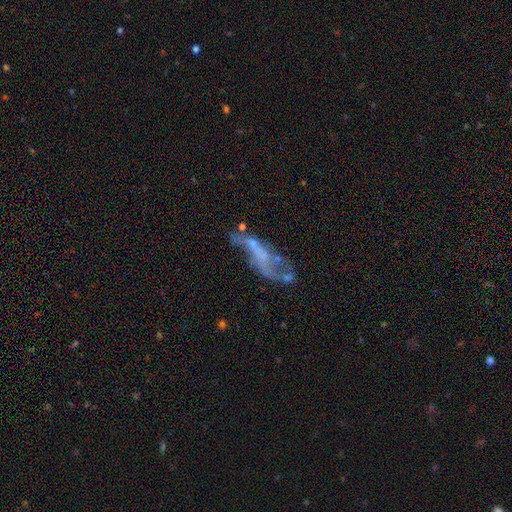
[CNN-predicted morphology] This is likely a featured or disk galaxy (62%). It is clearly not viewed edge-on (86%). Bar: likely no (72%). Spiral arm pattern: likely no (61%). Central bulge: likely none (67%). Merging: marginally none (36%).